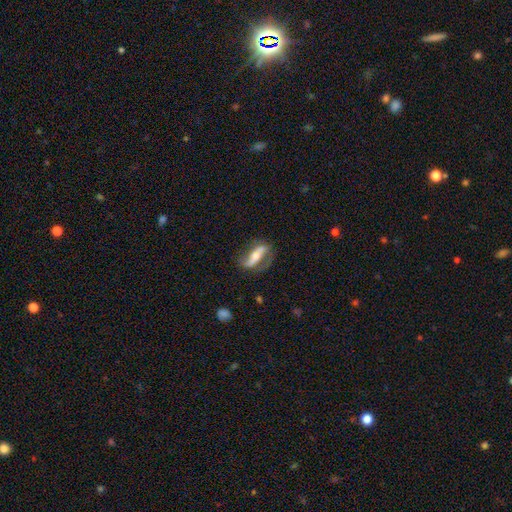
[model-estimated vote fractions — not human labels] A featured or disk galaxy (68%) with a strong bar (58%), spiral arms (77%) and a moderate central bulge (57%). Merging: none (67%).